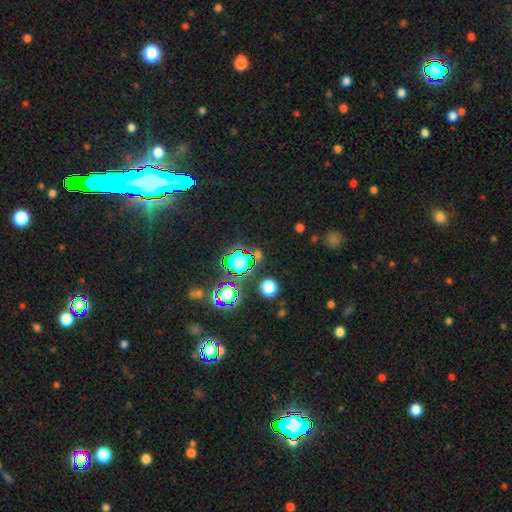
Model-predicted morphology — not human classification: The model was most divided on "smooth or featured": star or artifact: 73%, smooth: 18%, featured or disk: 8%.